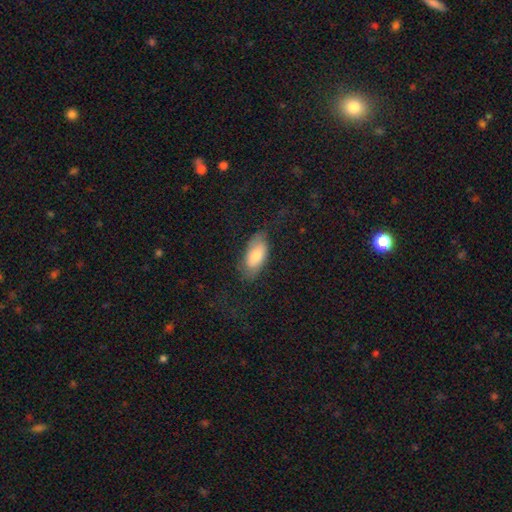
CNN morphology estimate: This is likely a smooth galaxy (70%). How rounded: clearly in between (90%). Merging: likely none (63%).